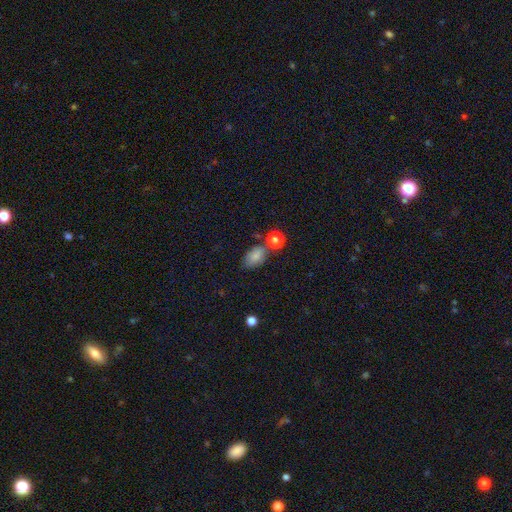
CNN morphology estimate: Smooth or featured? smooth (80%)
How rounded? in between (87%)
Merging? none (59%)